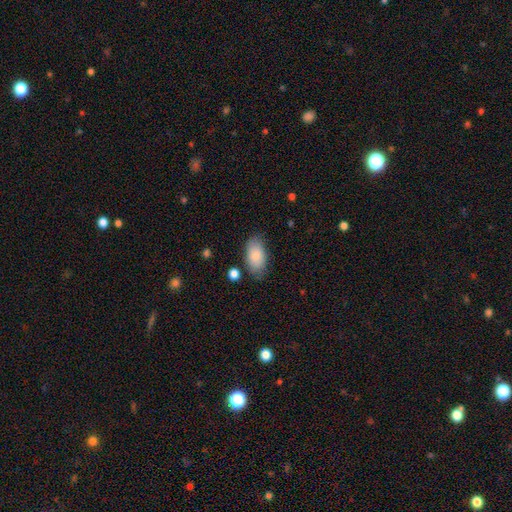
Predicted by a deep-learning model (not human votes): smooth 85%, featured or disk 9%, star or artifact 6%. Down the decision tree: how rounded — in between (94%); merging — none (77%).